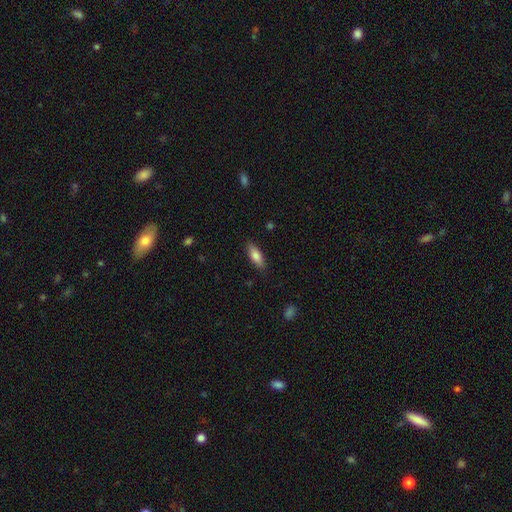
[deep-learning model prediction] Smooth or featured: smooth — 80% (featured or disk — 13%)
How rounded: in between — 68% (cigar-shaped — 30%)
Merging: none — 86% (minor disturbance — 11%)